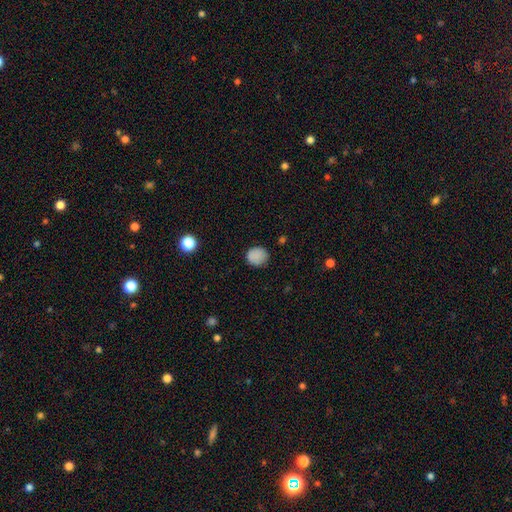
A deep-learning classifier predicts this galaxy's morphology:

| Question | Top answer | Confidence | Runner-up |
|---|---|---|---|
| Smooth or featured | smooth | 85% | star or artifact (10%) |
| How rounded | round | 82% | in between (17%) |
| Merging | none | 83% | minor disturbance (13%) |